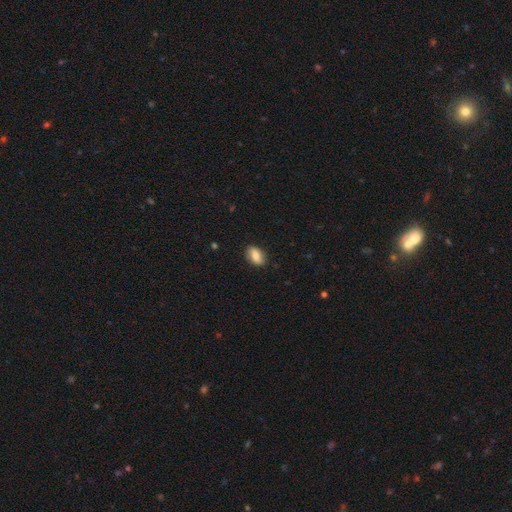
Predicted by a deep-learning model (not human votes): smooth 71%, featured or disk 21%, star or artifact 8%. Down the decision tree: how rounded — in between (85%); merging — none (84%).